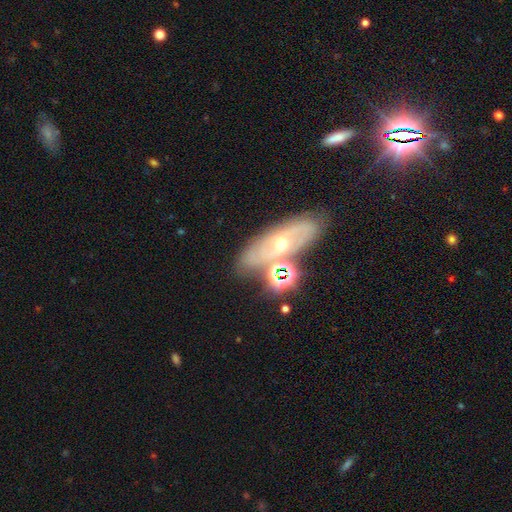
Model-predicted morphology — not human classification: featured or disk 62%, smooth 21%, star or artifact 17%. Down the decision tree: edge-on disk — no (79%); merging — none (68%).